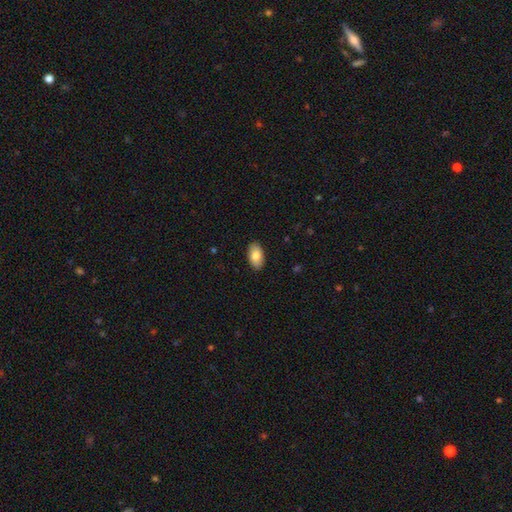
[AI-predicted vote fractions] A smooth galaxy with no disk features (82%) that is in between round and cigar-shaped (94%). Merging: none (89%).